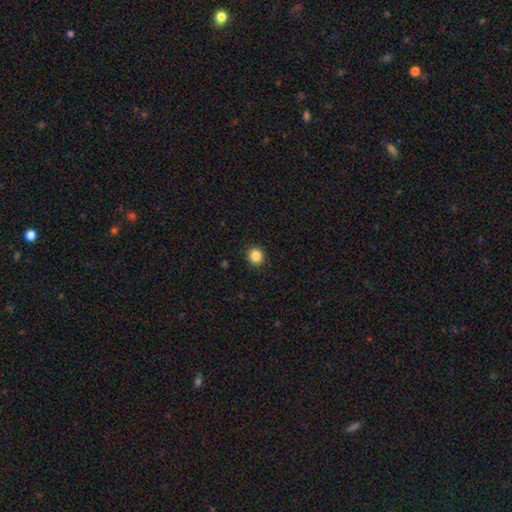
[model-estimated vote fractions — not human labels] A smooth galaxy with no disk features (86%) that is round (90%). Merging: none (92%).